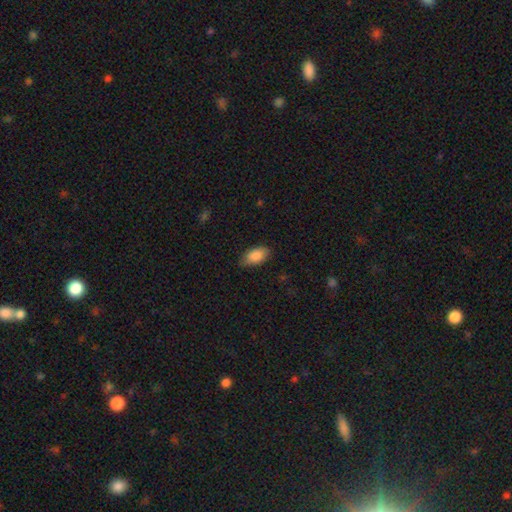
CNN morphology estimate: This is clearly a smooth galaxy (88%). How rounded: clearly in between (93%). Merging: clearly none (80%).